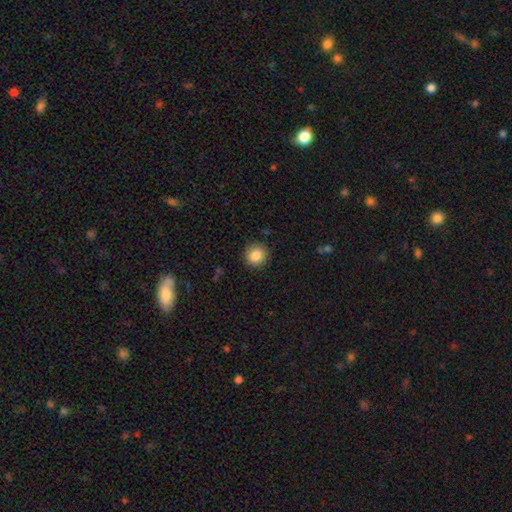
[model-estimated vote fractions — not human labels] Q: Smooth or featured?
A: smooth (86%); runner-up: star or artifact (9%)
Q: How rounded?
A: round (92%); runner-up: in between (7%)
Q: Merging?
A: none (90%); runner-up: minor disturbance (7%)